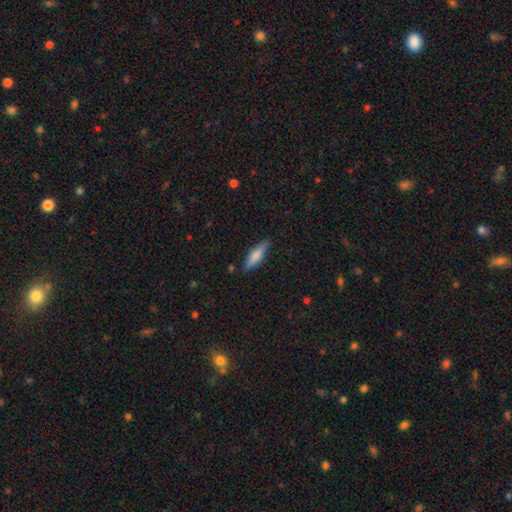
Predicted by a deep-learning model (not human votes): Smooth or featured?
  - smooth: 64% *
  - featured or disk: 29%
  - star or artifact: 6%
How rounded?
  - cigar-shaped: 68% *
  - in between: 30%
  - round: 2%
Merging?
  - none: 85% *
  - minor disturbance: 11%
  - major disturbance: 2%
  - merger: 1%